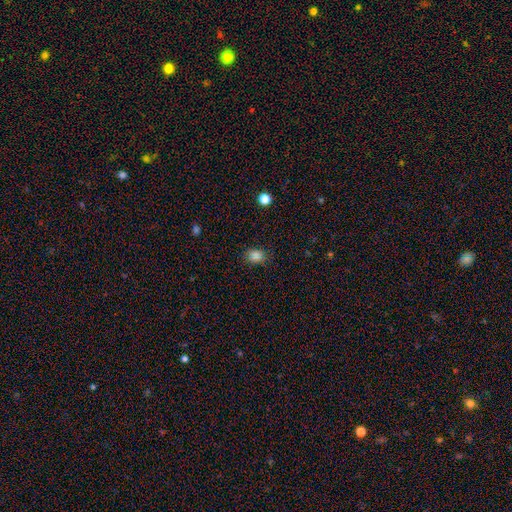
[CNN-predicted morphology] Smooth or featured? smooth (71%)
How rounded? in between (70%)
Merging? none (77%)